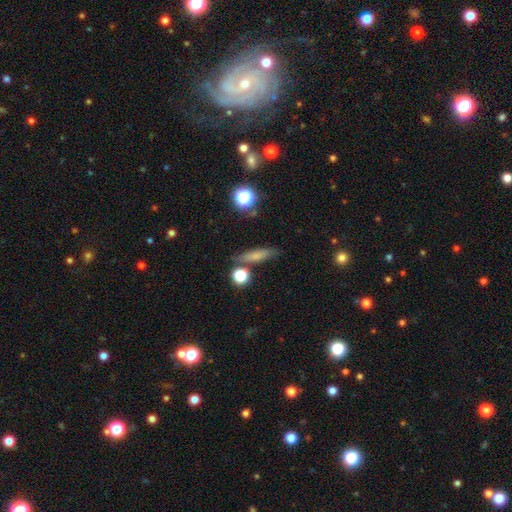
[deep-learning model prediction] A smooth galaxy with no disk features (68%) that is cigar-shaped (68%).

Vote fractions:
- Smooth or featured? smooth: 68% / featured or disk: 20% / star or artifact: 12%
- How rounded? cigar-shaped: 68% / in between: 24% / round: 8%
- Merging? none: 77% / minor disturbance: 13% / merger: 6% / major disturbance: 4%